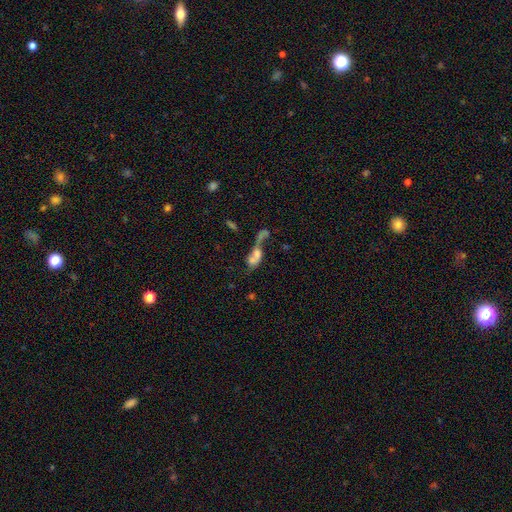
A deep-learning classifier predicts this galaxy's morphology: Overall: featured or disk (45%; smooth 42%). Merging: merger (61%).